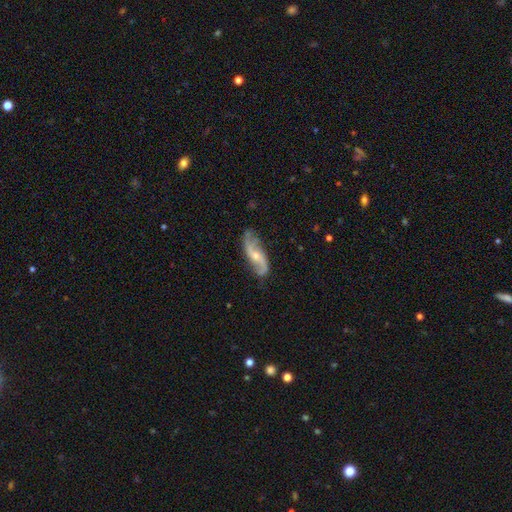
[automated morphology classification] The model was most divided on "bar": no: 48%, weak: 39%, strong: 13%. More confident: spiral arms — yes (95%); edge-on disk — no (90%); spiral arm count — 2 (89%); smooth or featured — featured or disk (82%); merging — none (77%); spiral winding — loose (62%); bulge size — small (56%).